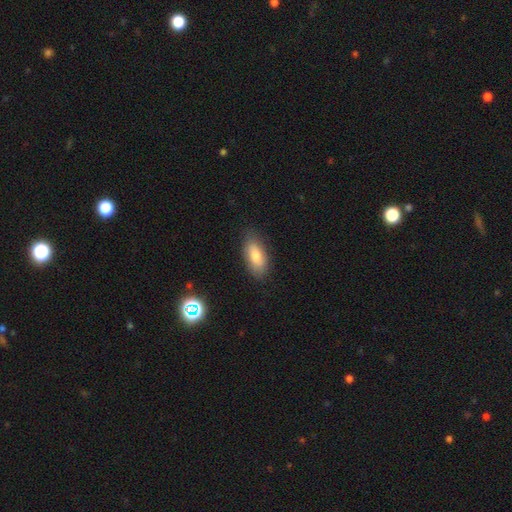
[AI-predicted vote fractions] Smooth or featured?
  - smooth: 80% *
  - featured or disk: 13%
  - star or artifact: 8%
How rounded?
  - in between: 87% *
  - cigar-shaped: 10%
  - round: 3%
Merging?
  - none: 83% *
  - minor disturbance: 13%
  - major disturbance: 3%
  - merger: 1%